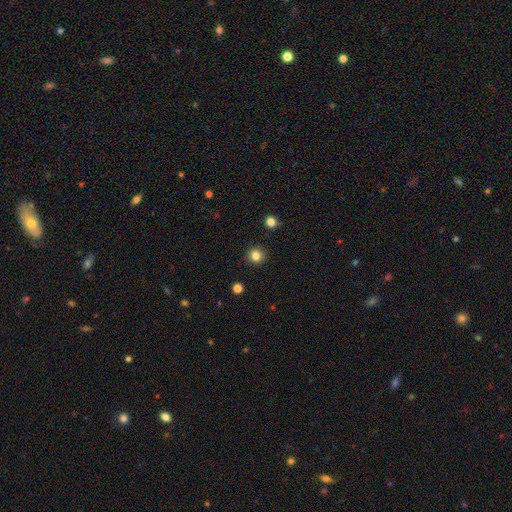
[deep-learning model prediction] smooth_or_featured: smooth (p=0.83) [alt: star or artifact p=0.12]
how_rounded: round (p=0.94) [alt: in between p=0.05]
merging: none (p=0.92) [alt: minor disturbance p=0.05]